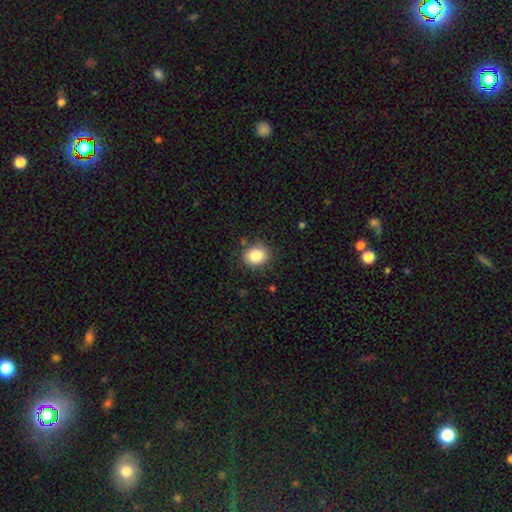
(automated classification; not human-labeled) A smooth galaxy with no disk features (84%) that is round (66%).

Vote fractions:
- Smooth or featured? smooth: 84% / star or artifact: 9% / featured or disk: 6%
- How rounded? round: 66% / in between: 33% / cigar-shaped: 1%
- Merging? none: 86% / minor disturbance: 10% / major disturbance: 3% / merger: 2%